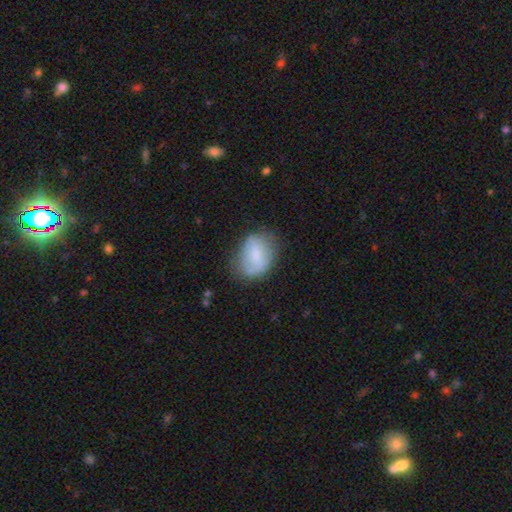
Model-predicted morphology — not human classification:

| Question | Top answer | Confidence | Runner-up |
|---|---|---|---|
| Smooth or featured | smooth | 69% | featured or disk (23%) |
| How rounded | in between | 75% | round (23%) |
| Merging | none | 58% | minor disturbance (28%) |